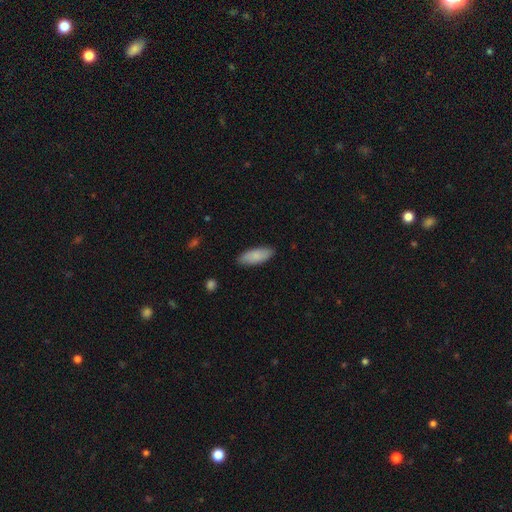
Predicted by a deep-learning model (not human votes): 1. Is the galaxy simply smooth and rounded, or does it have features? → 85% smooth, 9% featured or disk, 6% star or artifact.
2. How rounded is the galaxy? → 78% in between, 20% cigar-shaped, 2% round.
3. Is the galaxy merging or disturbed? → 85% none, 11% minor disturbance, 2% major disturbance, 1% merger.